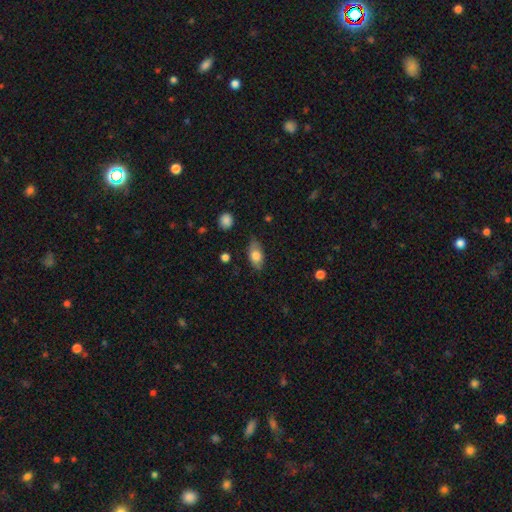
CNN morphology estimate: Smooth or featured? smooth (77%)
How rounded? in between (88%)
Merging? none (75%)